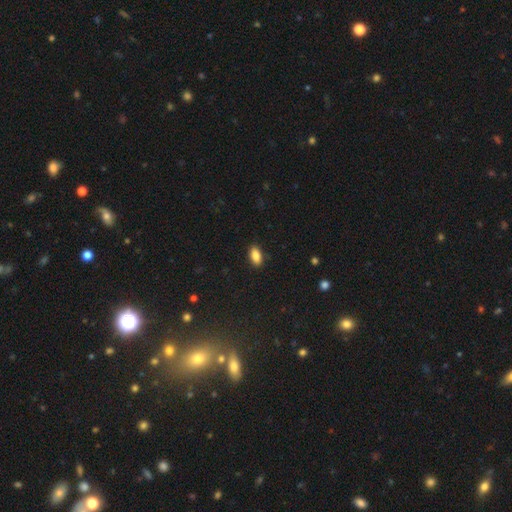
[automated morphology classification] This is clearly a smooth galaxy (85%). How rounded: clearly in between (91%). Merging: clearly none (88%).